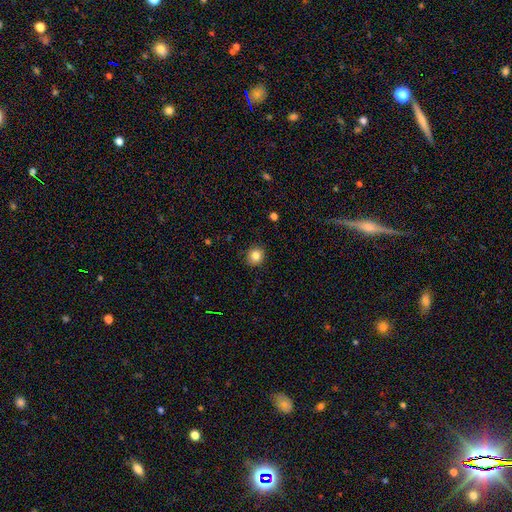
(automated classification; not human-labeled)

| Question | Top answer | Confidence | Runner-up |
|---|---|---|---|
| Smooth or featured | smooth | 84% | star or artifact (11%) |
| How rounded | round | 86% | in between (13%) |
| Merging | none | 88% | minor disturbance (9%) |